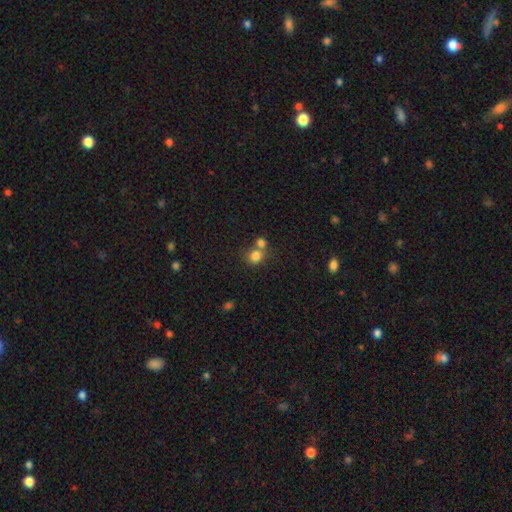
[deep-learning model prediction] This appears to be a smooth galaxy with no disk features (80%) that is round (81%). Merging: none (47%).